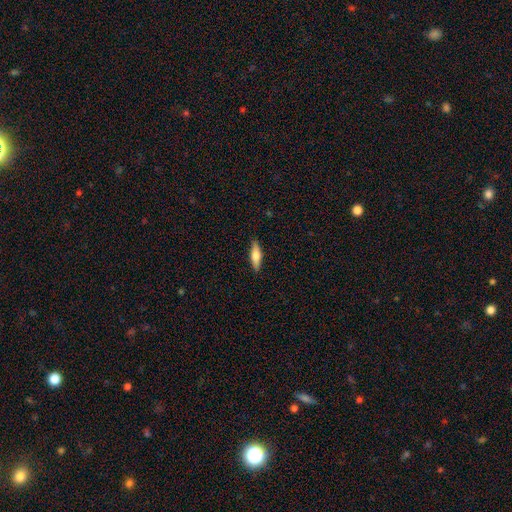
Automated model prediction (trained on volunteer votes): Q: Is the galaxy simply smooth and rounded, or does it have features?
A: smooth — 64%.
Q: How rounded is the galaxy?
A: cigar-shaped — 56%.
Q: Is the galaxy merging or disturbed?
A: none — 89%.